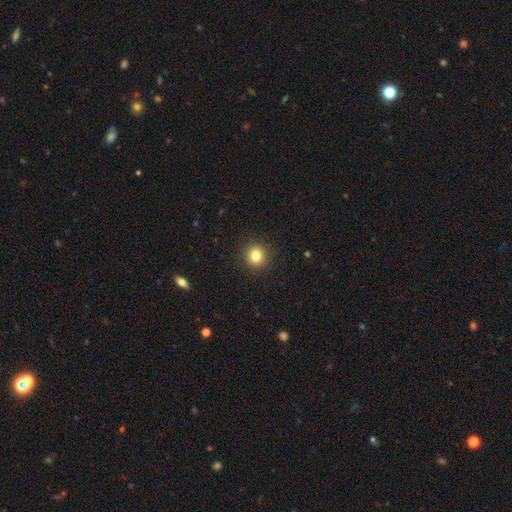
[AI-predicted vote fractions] Smooth or featured?
  - smooth: 82% *
  - star or artifact: 12%
  - featured or disk: 6%
How rounded?
  - round: 93% *
  - in between: 6%
  - cigar-shaped: 1%
Merging?
  - none: 92% *
  - minor disturbance: 5%
  - major disturbance: 2%
  - merger: 1%